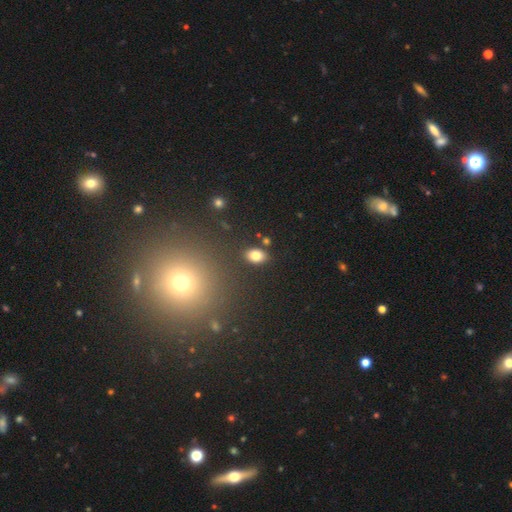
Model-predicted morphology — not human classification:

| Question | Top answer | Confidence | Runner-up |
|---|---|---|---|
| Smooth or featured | smooth | 81% | star or artifact (11%) |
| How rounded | in between | 84% | round (14%) |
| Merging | none | 85% | minor disturbance (9%) |